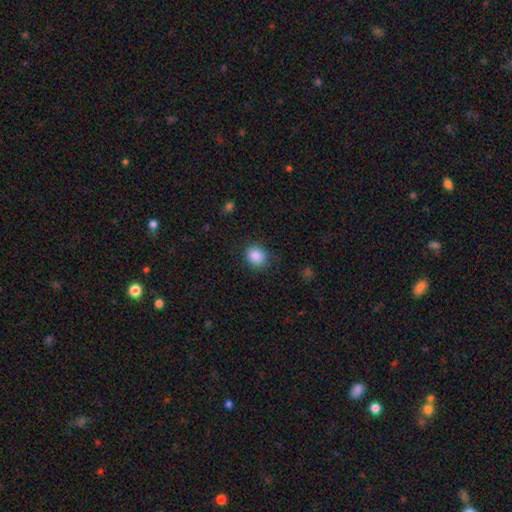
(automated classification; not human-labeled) This appears to be a smooth galaxy with no disk features (87%) that is round (67%). Merging: none (82%).